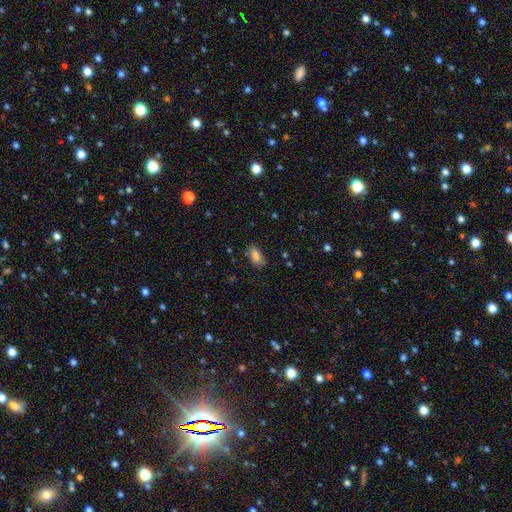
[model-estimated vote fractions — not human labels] smooth_or_featured: smooth (p=0.80) [alt: featured or disk p=0.11]
how_rounded: in between (p=0.87) [alt: cigar-shaped p=0.09]
merging: none (p=0.78) [alt: minor disturbance p=0.17]